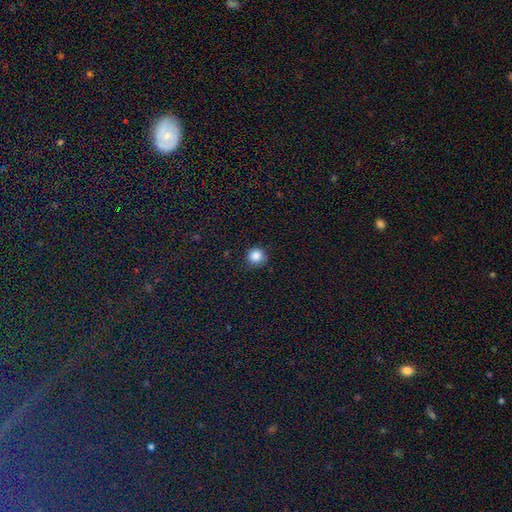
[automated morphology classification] The model was most divided on "merging": none: 84%, minor disturbance: 12%, major disturbance: 3%, merger: 1%. More confident: how rounded — round (92%); smooth or featured — smooth (85%).